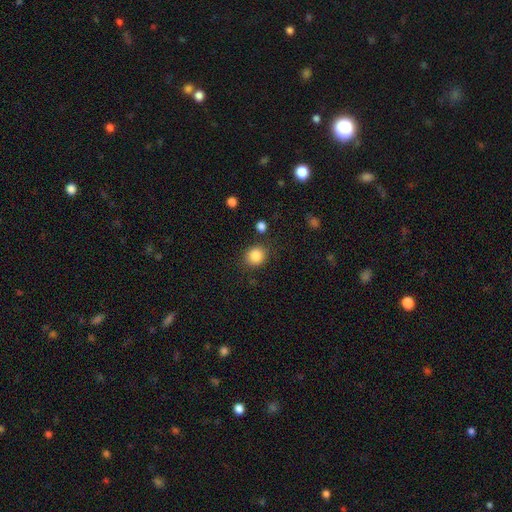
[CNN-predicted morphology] smooth-or-featured: smooth: 85% | star or artifact: 10% | featured or disk: 4%
  how-rounded: round: 79% | in between: 20% | cigar-shaped: 1%
  merging: none: 83% | minor disturbance: 10% | major disturbance: 4% | merger: 3%